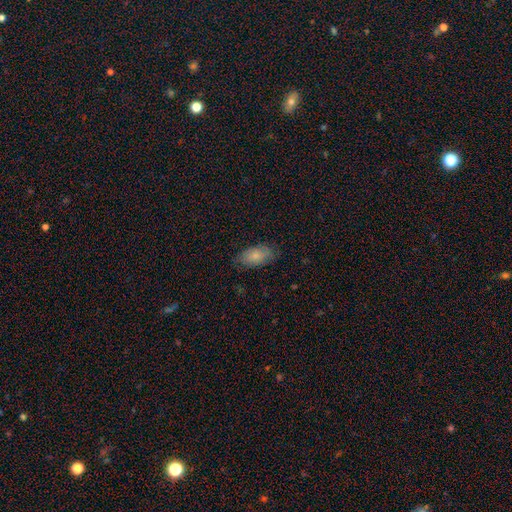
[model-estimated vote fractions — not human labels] Smooth or featured? Predicted: smooth (p=0.80). How rounded? Predicted: in between (p=0.92). Merging? Predicted: none (p=0.78).